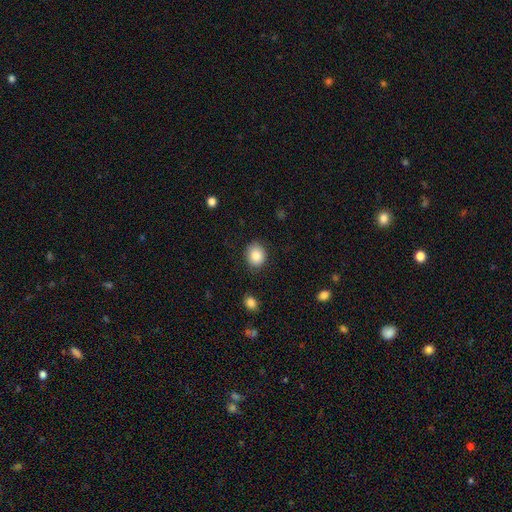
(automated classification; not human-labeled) smooth 86%, star or artifact 8%, featured or disk 6%. Down the decision tree: how rounded — round (60%); merging — none (85%).